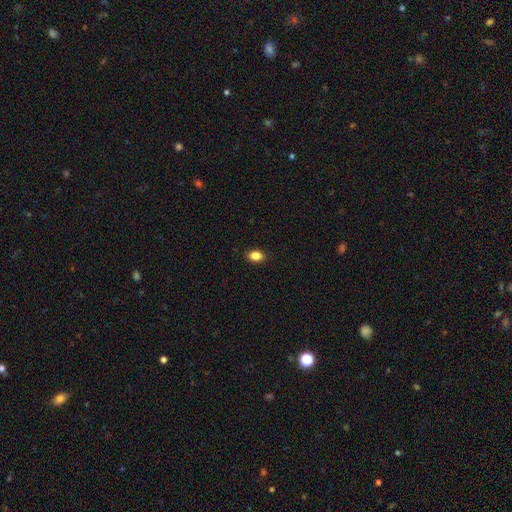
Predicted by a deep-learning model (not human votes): Overall: smooth (85%). How rounded: in between (79%). Merging: none (89%).